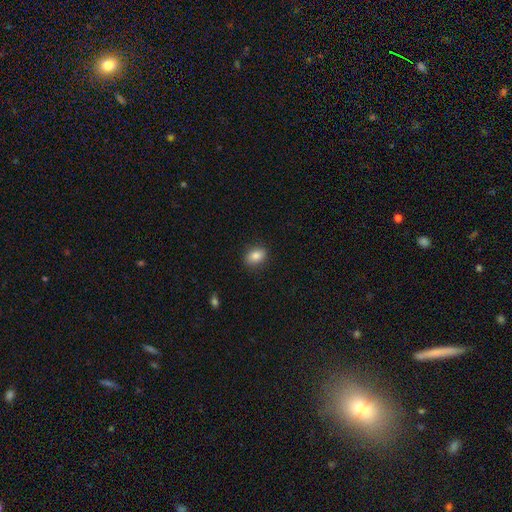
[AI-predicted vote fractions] This is clearly a smooth galaxy (84%). How rounded: likely in between (71%). Merging: clearly none (87%).